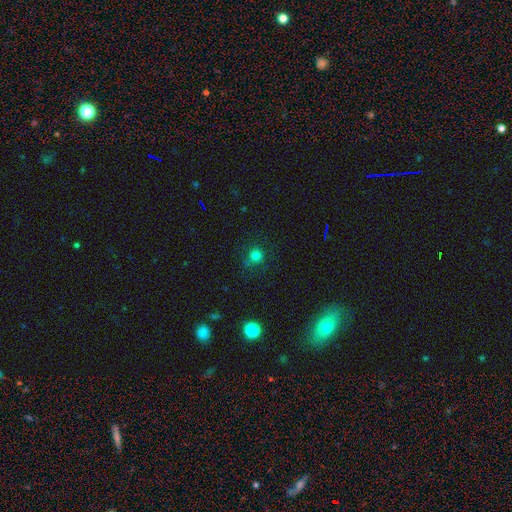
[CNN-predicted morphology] The model was most divided on "smooth or featured": smooth: 77%, star or artifact: 17%, featured or disk: 6%. More confident: how rounded — round (92%); merging — none (77%).